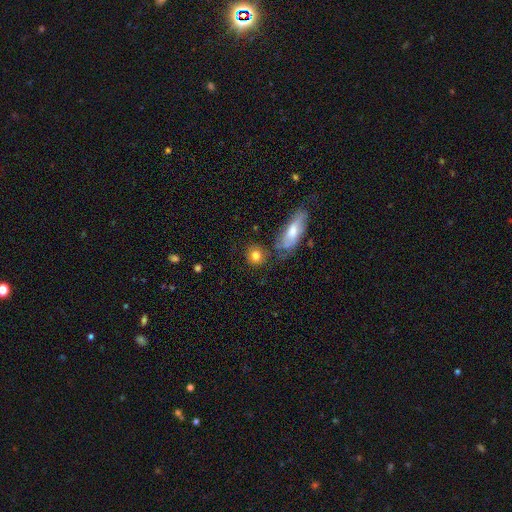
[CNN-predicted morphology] A smooth galaxy with no disk features (78%) that is round (80%). Merging: none (74%).